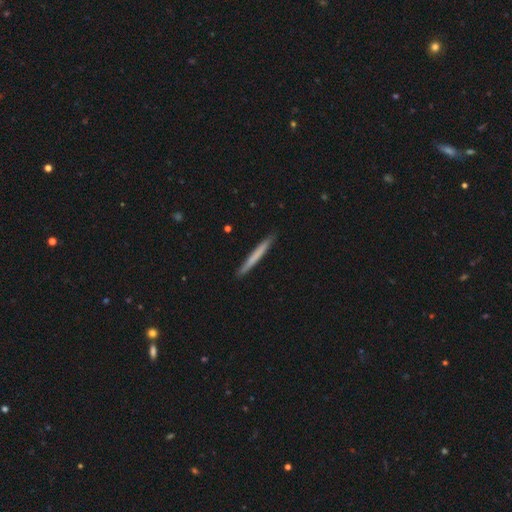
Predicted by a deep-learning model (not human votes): The model was most divided on "smooth or featured": smooth: 66%, featured or disk: 29%, star or artifact: 5%. More confident: how rounded — cigar-shaped (97%); merging — none (92%).